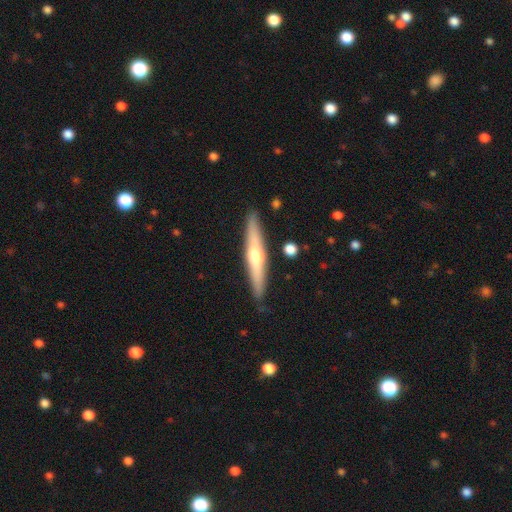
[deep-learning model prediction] This is likely a featured or disk galaxy (62%). It is clearly viewed edge-on (95%). Edge-on bulge: clearly rounded (88%). Merging: clearly none (89%).